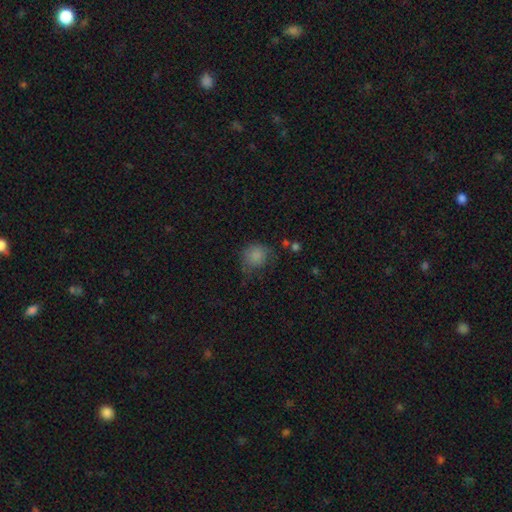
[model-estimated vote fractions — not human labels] Smooth or featured?
  - smooth: 82% *
  - star or artifact: 11%
  - featured or disk: 7%
How rounded?
  - round: 82% *
  - in between: 17%
  - cigar-shaped: 1%
Merging?
  - none: 57% *
  - minor disturbance: 27%
  - major disturbance: 13%
  - merger: 3%